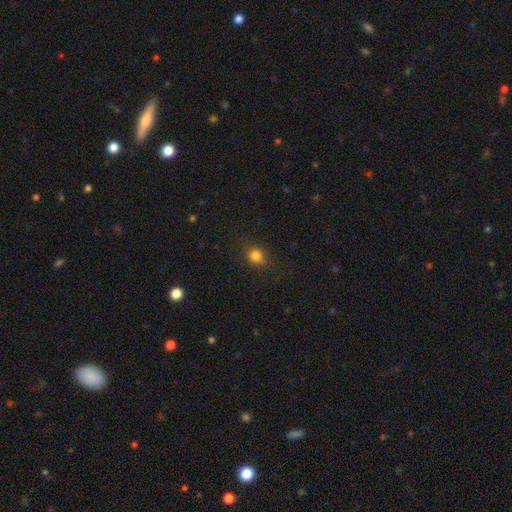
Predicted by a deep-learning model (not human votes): Morphology: type=smooth (82%); roundness=round (79%); merging=none (82%).